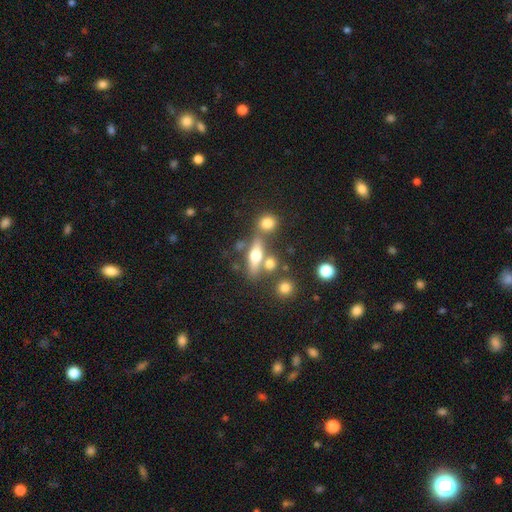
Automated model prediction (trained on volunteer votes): This appears to be a smooth galaxy with no disk features (46%). Merging: none (60%).